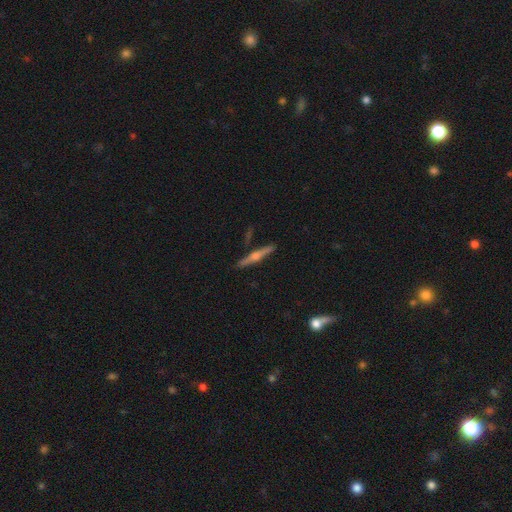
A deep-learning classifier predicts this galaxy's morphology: The model was most divided on "smooth or featured": featured or disk: 76%, smooth: 19%, star or artifact: 6%. More confident: edge-on disk — yes (98%); merging — none (90%); edge-on bulge — rounded (88%).